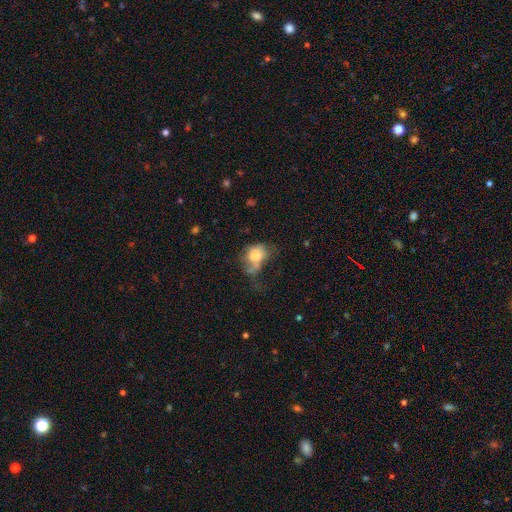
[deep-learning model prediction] smooth-or-featured: smooth: 69% | featured or disk: 20% | star or artifact: 10%
  how-rounded: in between: 58% | round: 41% | cigar-shaped: 1%
  merging: major disturbance: 36% | minor disturbance: 23% | none: 21% | merger: 20%